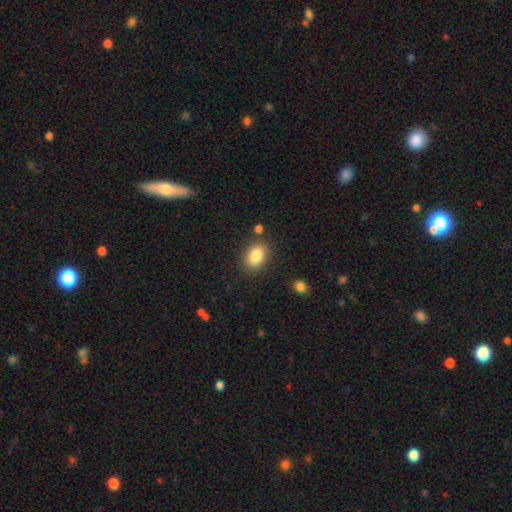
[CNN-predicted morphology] Smooth or featured? Predicted: smooth (p=0.86). How rounded? Predicted: in between (p=0.84). Merging? Predicted: none (p=0.82).